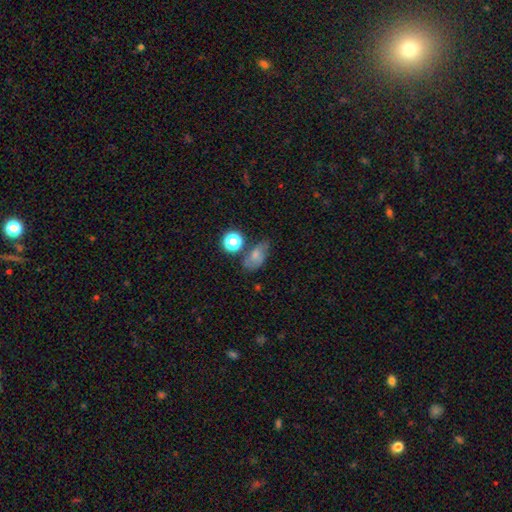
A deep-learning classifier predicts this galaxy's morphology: smooth 61%, featured or disk 23%, star or artifact 15%. Down the decision tree: how rounded — in between (78%); merging — none (54%).